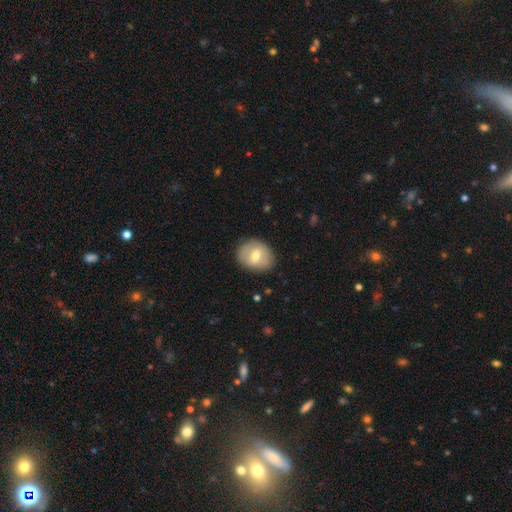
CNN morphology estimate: The model was most divided on "how rounded": in between: 53%, round: 46%, cigar-shaped: 1%. More confident: merging — none (82%); smooth or featured — smooth (63%).